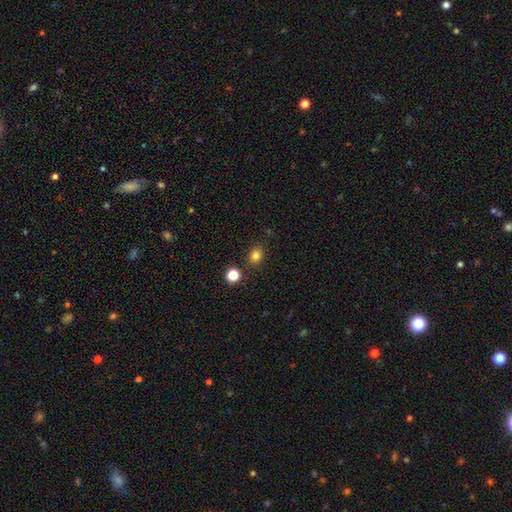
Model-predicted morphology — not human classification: Smooth or featured? Predicted: smooth (p=0.81). How rounded? Predicted: round (p=0.58). Merging? Predicted: none (p=0.84).